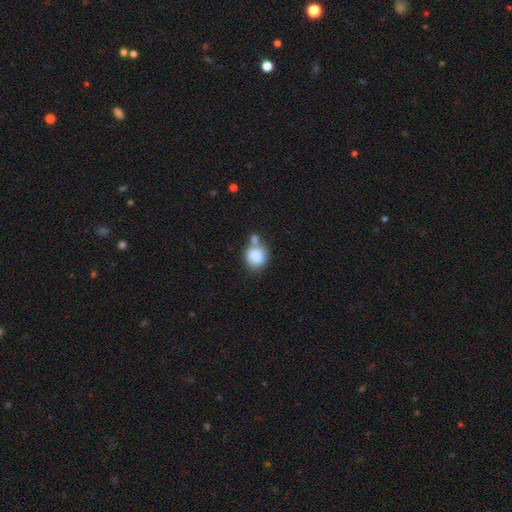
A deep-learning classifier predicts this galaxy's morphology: A smooth galaxy with no disk features (79%) that is round (63%).

Vote fractions:
- Smooth or featured? smooth: 79% / featured or disk: 12% / star or artifact: 9%
- How rounded? round: 63% / in between: 36% / cigar-shaped: 1%
- Merging? merger: 42% / none: 36% / minor disturbance: 15% / major disturbance: 7%